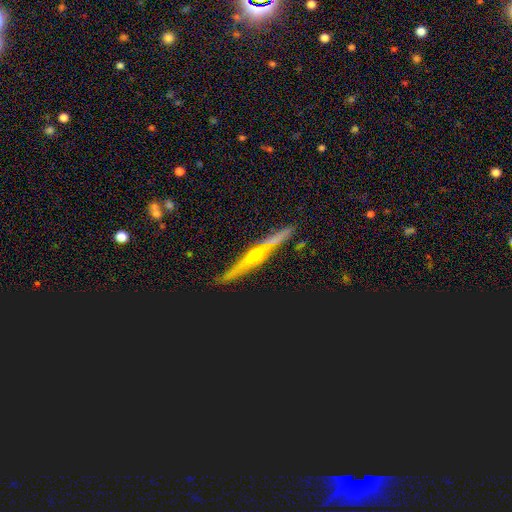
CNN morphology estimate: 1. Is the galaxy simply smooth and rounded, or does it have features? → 72% featured or disk, 14% star or artifact, 14% smooth.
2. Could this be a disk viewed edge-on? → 95% yes, 5% no.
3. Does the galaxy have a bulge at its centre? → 82% rounded, 11% none, 6% boxy.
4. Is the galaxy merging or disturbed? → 85% none, 10% minor disturbance, 3% merger, 2% major disturbance.